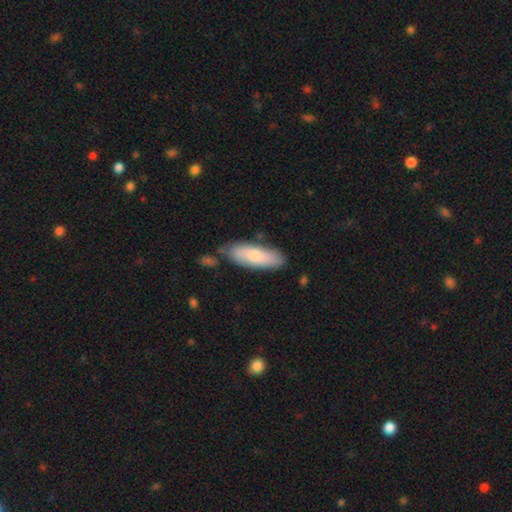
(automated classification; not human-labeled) smooth 77%, featured or disk 18%, star or artifact 6%. Down the decision tree: how rounded — in between (59%); merging — none (74%).